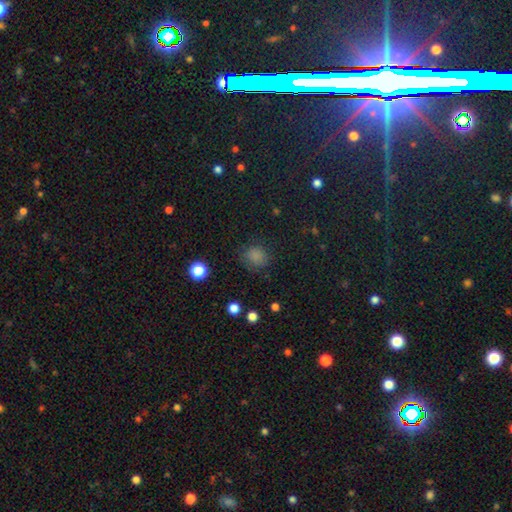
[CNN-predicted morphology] Smooth or featured? smooth (78%)
How rounded? round (81%)
Merging? none (77%)